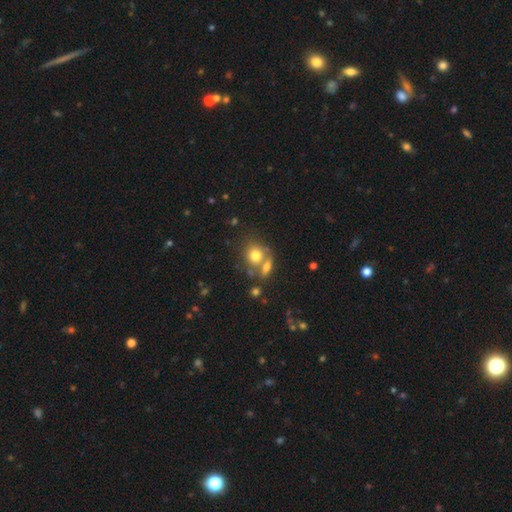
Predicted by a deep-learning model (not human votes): smooth_or_featured: smooth (p=0.75) [alt: featured or disk p=0.14]
how_rounded: round (p=0.69) [alt: in between p=0.29]
merging: none (p=0.46) [alt: merger p=0.38]